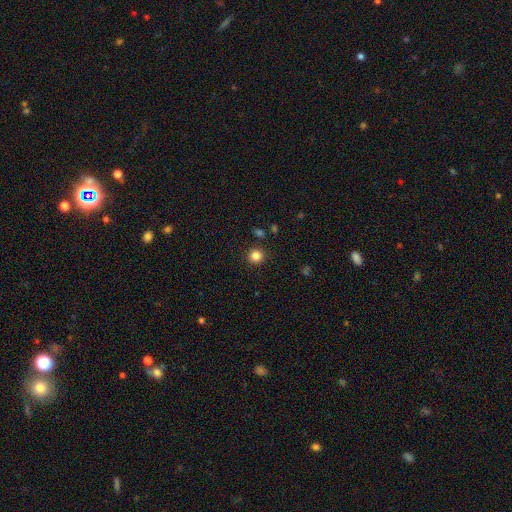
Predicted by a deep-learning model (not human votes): This is clearly a smooth galaxy (84%). How rounded: clearly round (92%). Merging: clearly none (90%).